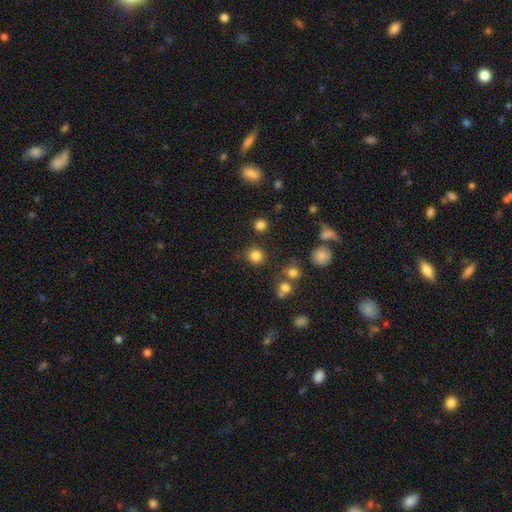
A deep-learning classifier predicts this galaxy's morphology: Overall: smooth (81%). How rounded: round (92%). Merging: none (84%).